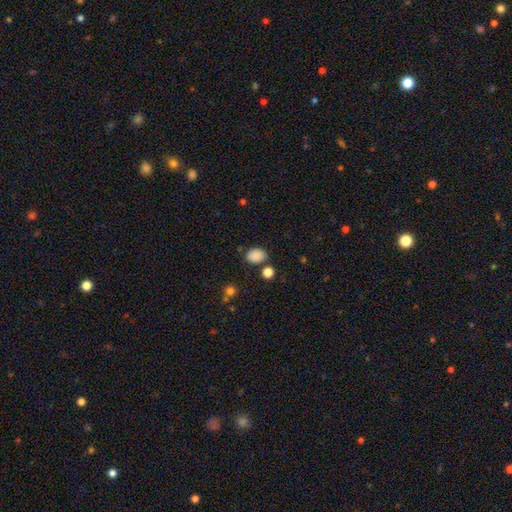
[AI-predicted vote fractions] Morphology: type=smooth (86%); roundness=in between (72%); merging=none (78%).